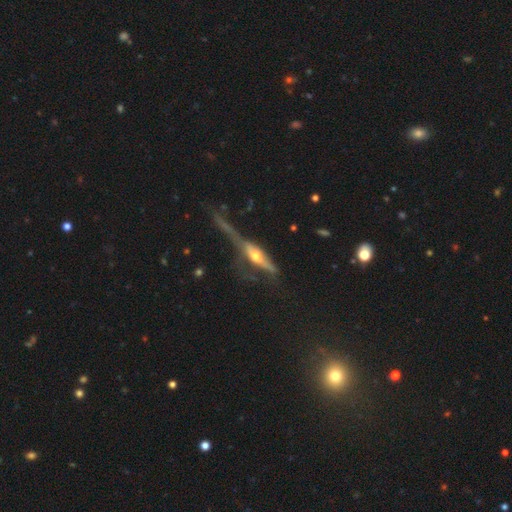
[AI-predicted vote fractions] Smooth or featured? Predicted: featured or disk (p=0.65). Edge-on disk? Predicted: yes (p=0.78). Edge-on bulge? Predicted: rounded (p=0.88). Merging? Predicted: major disturbance (p=0.45).